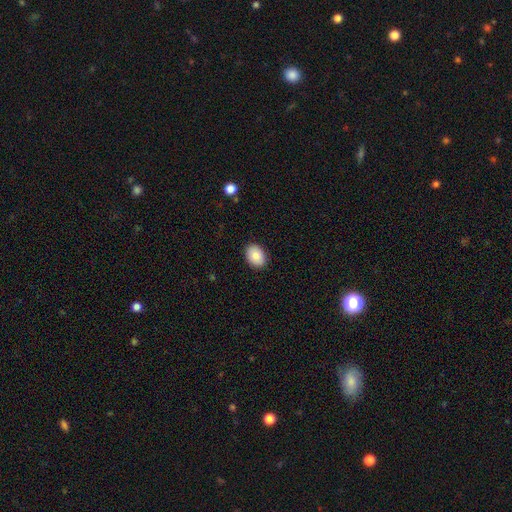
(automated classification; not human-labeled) Smooth or featured: smooth — 84% (featured or disk — 9%)
How rounded: in between — 73% (round — 26%)
Merging: none — 89% (minor disturbance — 8%)